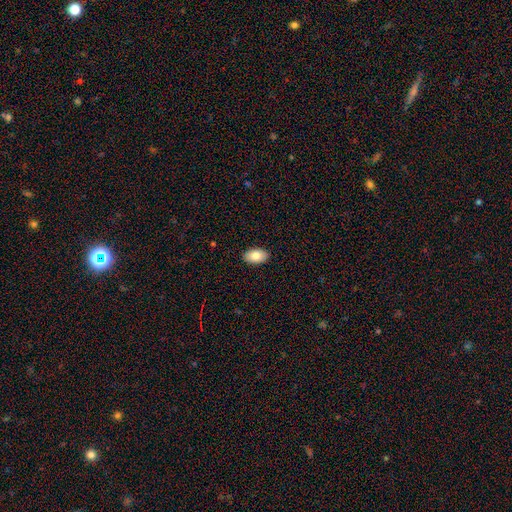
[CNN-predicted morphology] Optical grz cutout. It shows a smooth galaxy with no disk features (82%) that is in between round and cigar-shaped (94%). Merging: none (90%).